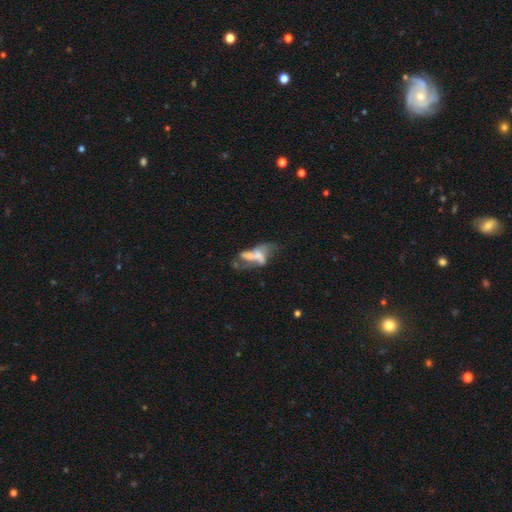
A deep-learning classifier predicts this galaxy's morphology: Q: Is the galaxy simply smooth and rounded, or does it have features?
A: featured or disk — 56%.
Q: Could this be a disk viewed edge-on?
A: no — 93%.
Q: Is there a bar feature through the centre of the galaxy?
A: no — 68%.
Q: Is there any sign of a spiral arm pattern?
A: no — 64%.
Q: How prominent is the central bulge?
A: none — 55%.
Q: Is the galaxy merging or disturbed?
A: major disturbance — 39%.